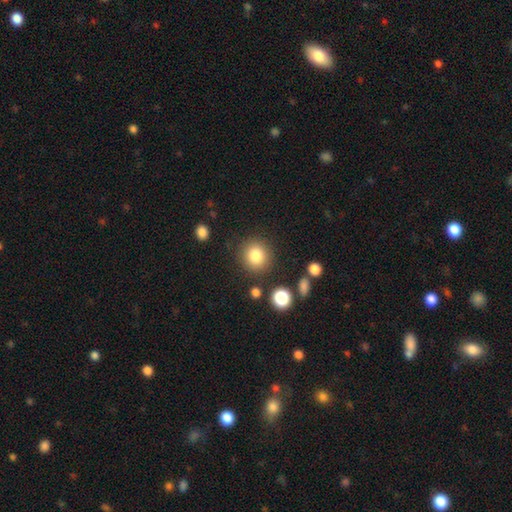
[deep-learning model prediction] This is clearly a smooth galaxy (83%). How rounded: clearly round (89%). Merging: clearly none (86%).